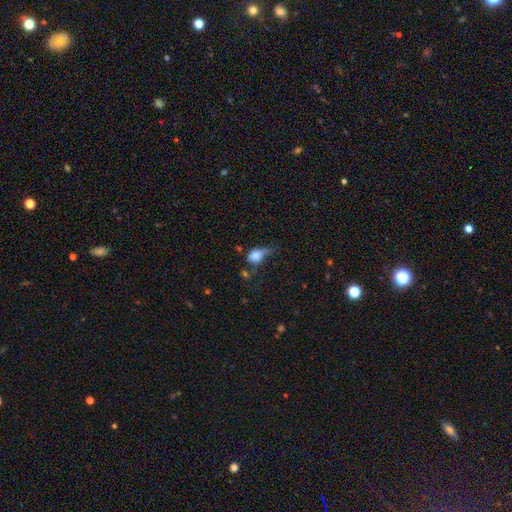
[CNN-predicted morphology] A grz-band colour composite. It shows a smooth galaxy with no disk features (73%) that is in between round and cigar-shaped (71%). Merging: major disturbance (35%).